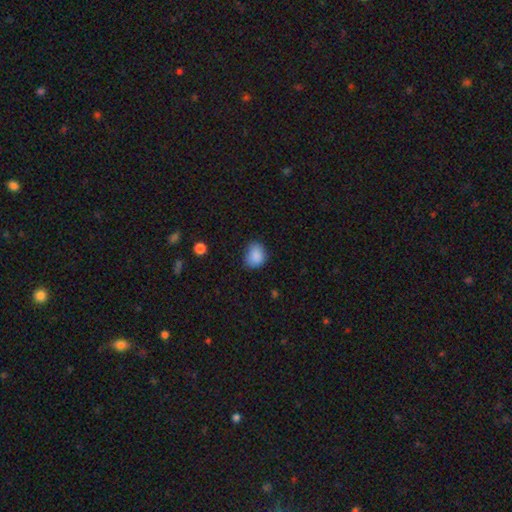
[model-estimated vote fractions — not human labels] A smooth galaxy with no disk features (86%) that is in between round and cigar-shaped (53%).

Vote fractions:
- Smooth or featured? smooth: 86% / star or artifact: 9% / featured or disk: 5%
- How rounded? in between: 53% / round: 46% / cigar-shaped: 1%
- Merging? none: 66% / minor disturbance: 28% / major disturbance: 5% / merger: 2%